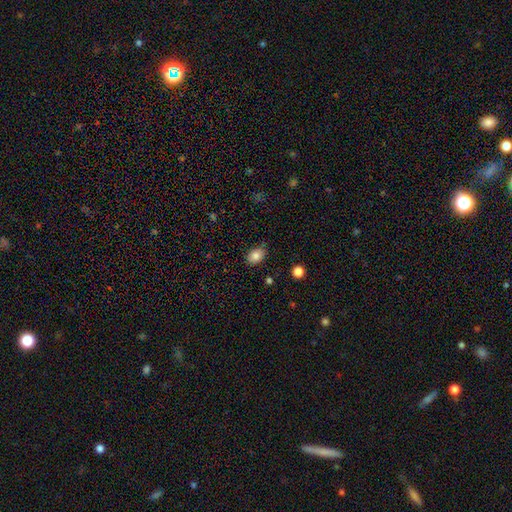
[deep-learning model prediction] smooth-or-featured: smooth: 83% | star or artifact: 9% | featured or disk: 8%
  how-rounded: in between: 77% | round: 22% | cigar-shaped: 1%
  merging: none: 77% | minor disturbance: 18% | major disturbance: 3% | merger: 3%